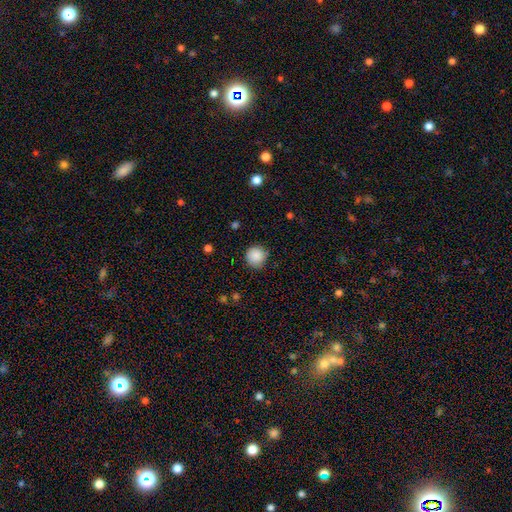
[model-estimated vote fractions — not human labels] The model was most divided on "merging": none: 82%, minor disturbance: 14%, major disturbance: 3%, merger: 1%. More confident: how rounded — round (94%); smooth or featured — smooth (87%).